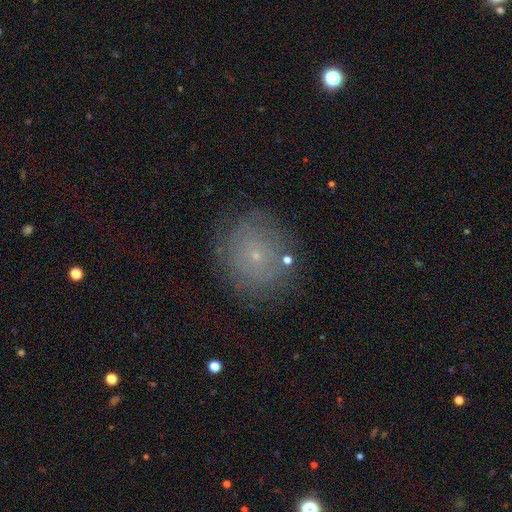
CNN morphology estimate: A smooth galaxy with no disk features (49%).

Vote fractions:
- Smooth or featured? smooth: 49% / featured or disk: 35% / star or artifact: 17%
- Merging? none: 79% / minor disturbance: 14% / major disturbance: 5% / merger: 2%